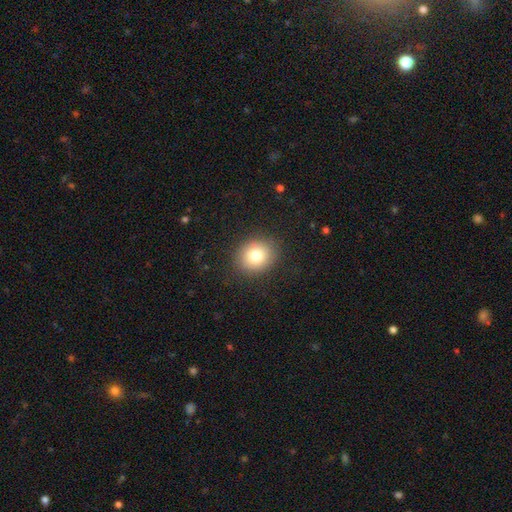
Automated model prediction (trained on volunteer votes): Smooth or featured: smooth — 79% (featured or disk — 10%)
How rounded: round — 73% (in between — 26%)
Merging: none — 88% (minor disturbance — 8%)